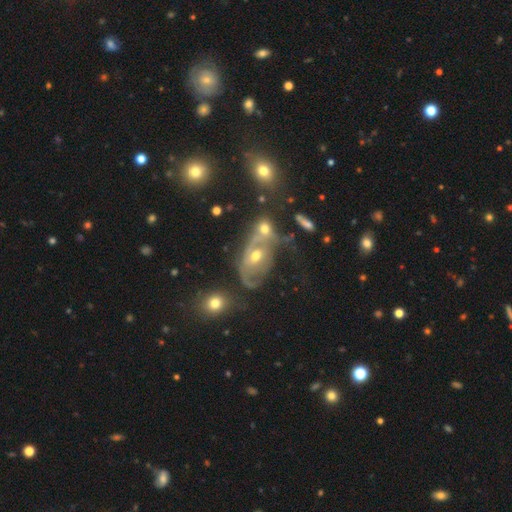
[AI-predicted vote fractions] Smooth or featured?
  - featured or disk: 66% *
  - smooth: 23%
  - star or artifact: 12%
Edge-on disk?
  - no: 94% *
  - yes: 6%
Bar?
  - no: 66% *
  - weak: 26%
  - strong: 8%
Spiral arms?
  - yes: 63% *
  - no: 37%
Bulge size?
  - moderate: 60% *
  - small: 32%
  - large: 4%
  - none: 2%
  - dominant: 1%
Merging?
  - merger: 40% *
  - none: 26%
  - major disturbance: 19%
  - minor disturbance: 15%